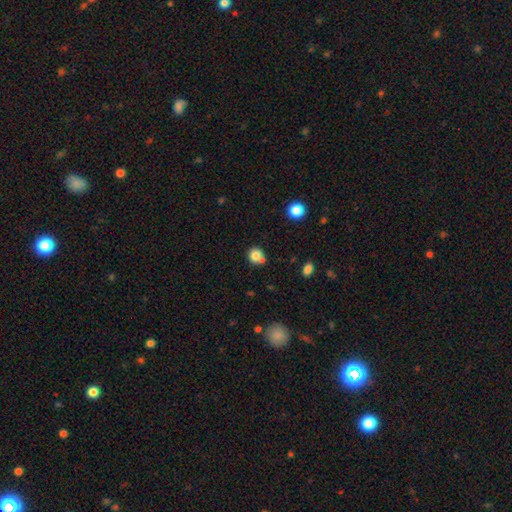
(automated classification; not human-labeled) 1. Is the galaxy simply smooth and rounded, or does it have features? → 80% smooth, 11% star or artifact, 9% featured or disk.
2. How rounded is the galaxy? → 86% round, 13% in between, 1% cigar-shaped.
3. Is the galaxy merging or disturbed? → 61% none, 23% merger, 12% minor disturbance, 3% major disturbance.